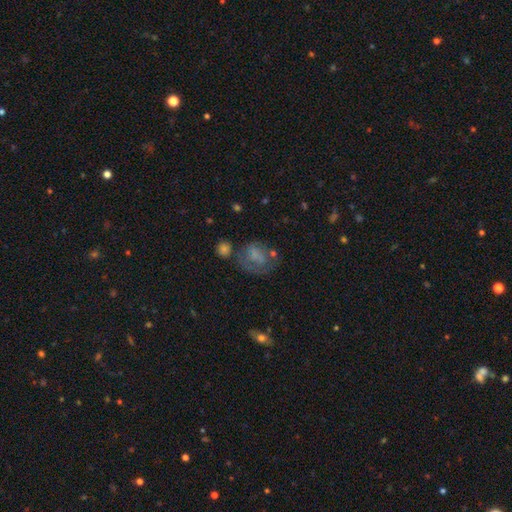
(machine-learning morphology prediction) Smooth or featured?
  - smooth: 51% *
  - featured or disk: 35%
  - star or artifact: 14%
How rounded?
  - round: 58% *
  - in between: 40%
  - cigar-shaped: 1%
Merging?
  - none: 42% *
  - major disturbance: 27%
  - minor disturbance: 22%
  - merger: 9%